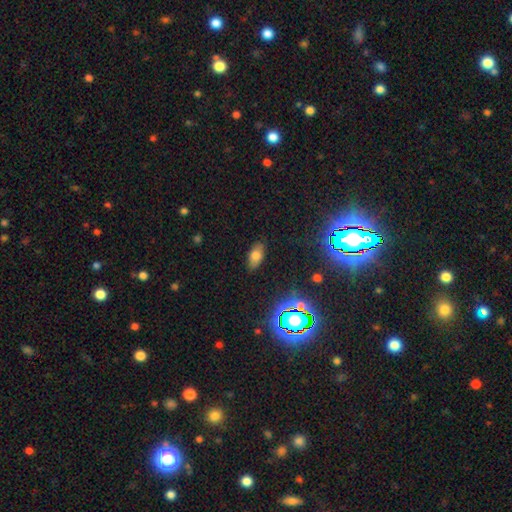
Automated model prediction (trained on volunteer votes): A smooth galaxy with no disk features (70%) that is in between round and cigar-shaped (90%). Merging: none (85%).